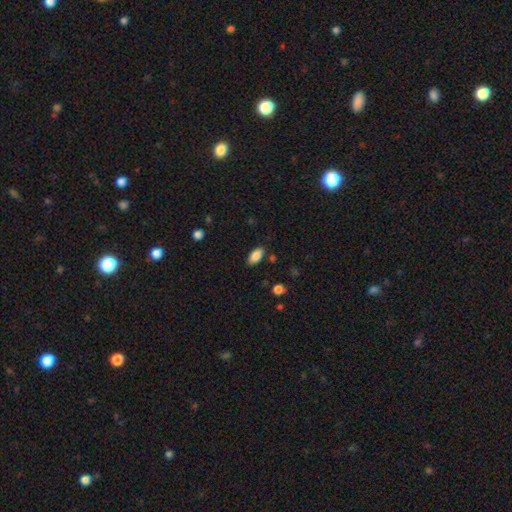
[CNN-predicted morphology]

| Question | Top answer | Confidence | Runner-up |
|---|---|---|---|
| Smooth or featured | smooth | 87% | star or artifact (8%) |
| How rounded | in between | 93% | cigar-shaped (4%) |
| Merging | none | 83% | minor disturbance (12%) |